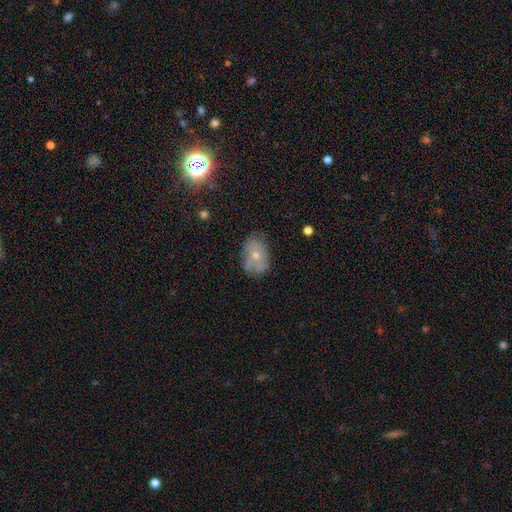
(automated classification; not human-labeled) This appears to be a smooth galaxy with no disk features (47%). Merging: none (60%).